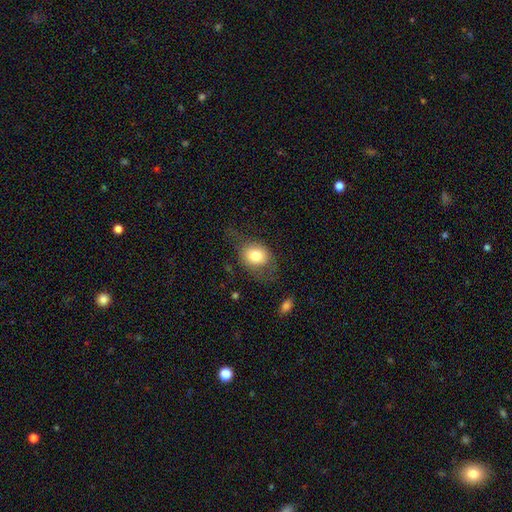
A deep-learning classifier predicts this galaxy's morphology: Smooth or featured? Predicted: smooth (p=0.75). How rounded? Predicted: in between (p=0.51). Merging? Predicted: none (p=0.51).